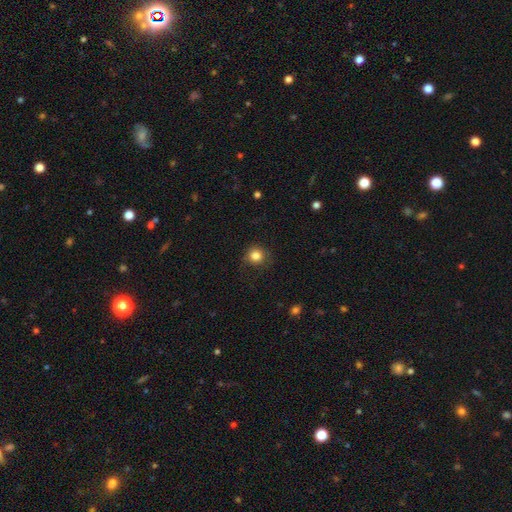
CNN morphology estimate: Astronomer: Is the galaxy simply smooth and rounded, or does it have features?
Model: smooth — 83%.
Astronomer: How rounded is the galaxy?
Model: round — 91%.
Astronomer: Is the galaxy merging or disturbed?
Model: none — 80%.